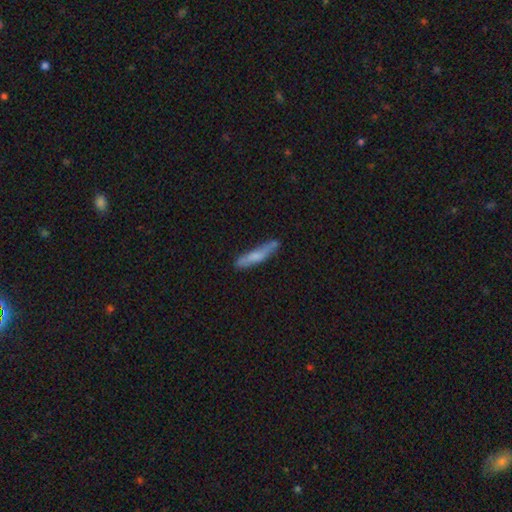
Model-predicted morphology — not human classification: A smooth galaxy with no disk features (65%) that is cigar-shaped (89%).

Vote fractions:
- Smooth or featured? smooth: 65% / featured or disk: 29% / star or artifact: 6%
- How rounded? cigar-shaped: 89% / in between: 9% / round: 2%
- Merging? none: 71% / minor disturbance: 20% / major disturbance: 4% / merger: 4%